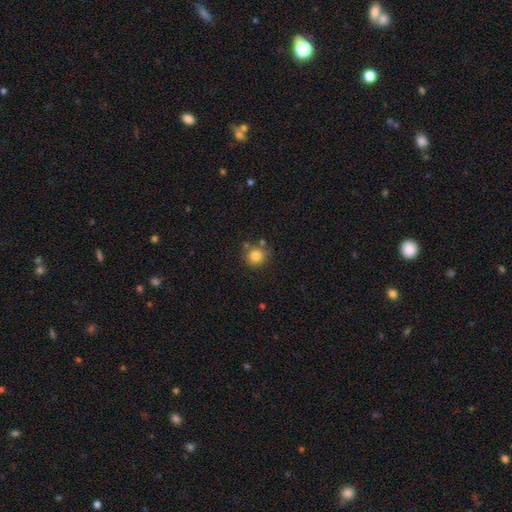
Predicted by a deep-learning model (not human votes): Overall: smooth (83%). How rounded: round (92%). Merging: none (75%).